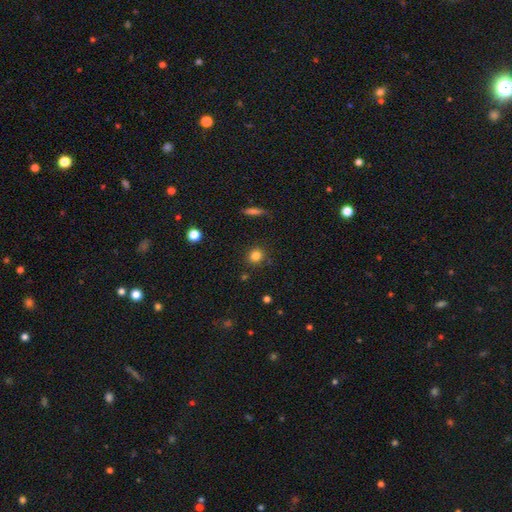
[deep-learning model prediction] Smooth or featured?
  - smooth: 82% *
  - star or artifact: 12%
  - featured or disk: 6%
How rounded?
  - round: 87% *
  - in between: 11%
  - cigar-shaped: 1%
Merging?
  - none: 87% *
  - minor disturbance: 8%
  - major disturbance: 2%
  - merger: 2%